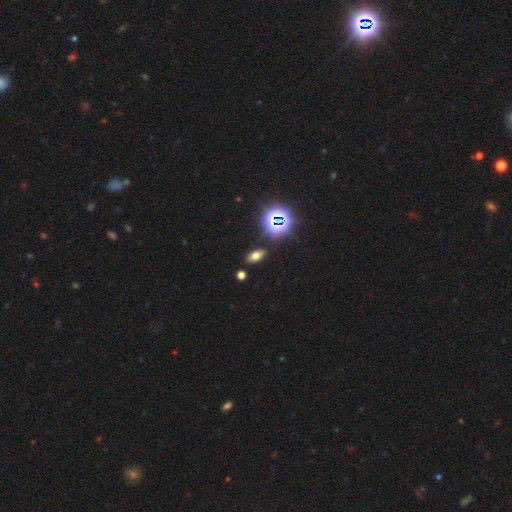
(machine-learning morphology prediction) This is likely a smooth galaxy (63%). How rounded: clearly in between (85%). Merging: clearly none (86%).